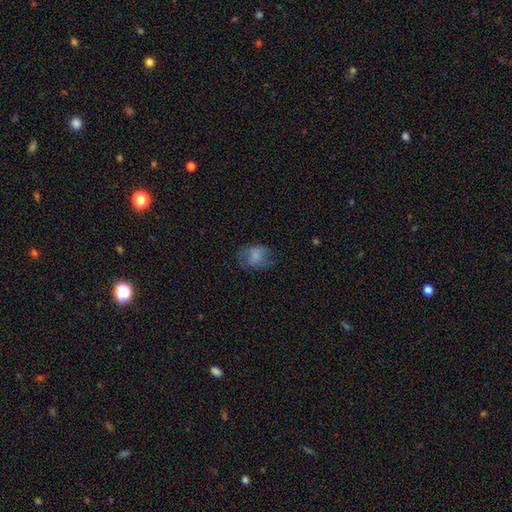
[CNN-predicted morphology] Q: Smooth or featured?
A: smooth (74%); runner-up: featured or disk (16%)
Q: How rounded?
A: in between (57%); runner-up: round (42%)
Q: Merging?
A: none (61%); runner-up: minor disturbance (24%)